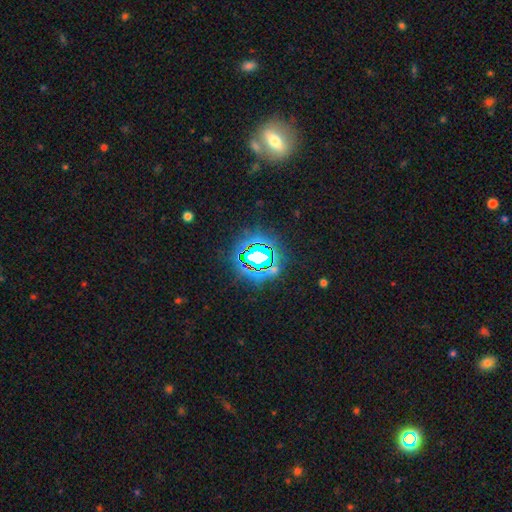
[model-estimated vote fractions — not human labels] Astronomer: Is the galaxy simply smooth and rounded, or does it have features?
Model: star or artifact — 74%.